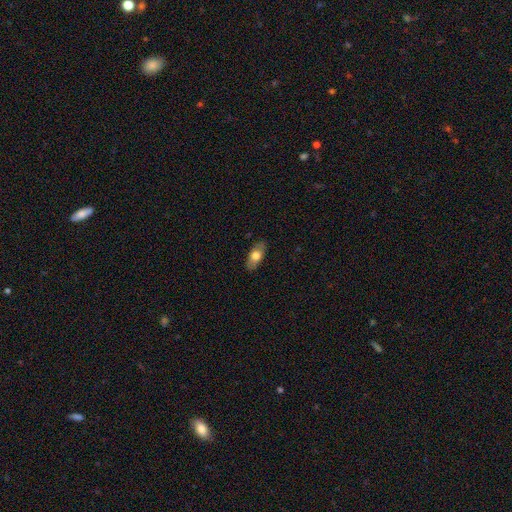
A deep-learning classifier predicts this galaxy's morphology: type=smooth (68%); roundness=in between (87%); merging=none (86%).